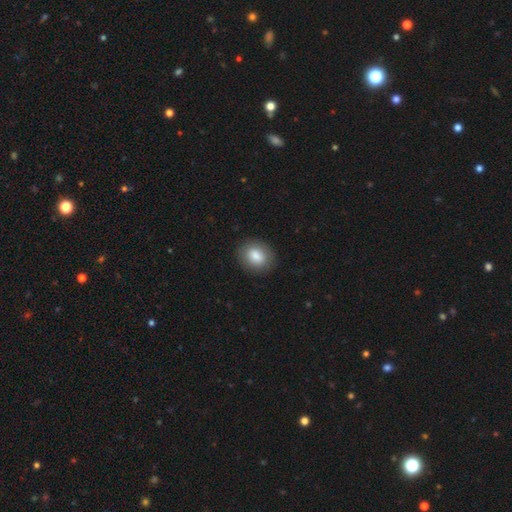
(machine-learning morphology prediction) Overall: smooth (84%). How rounded: in between (51%; round 48%). Merging: none (87%).